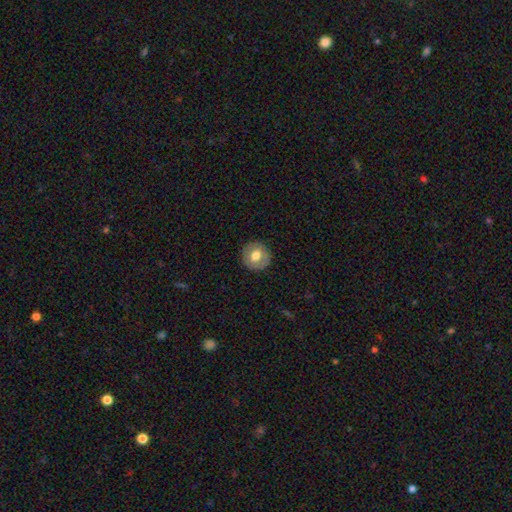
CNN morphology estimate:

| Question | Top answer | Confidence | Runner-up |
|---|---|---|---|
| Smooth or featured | smooth | 64% | featured or disk (29%) |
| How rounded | round | 93% | in between (6%) |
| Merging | none | 89% | minor disturbance (8%) |